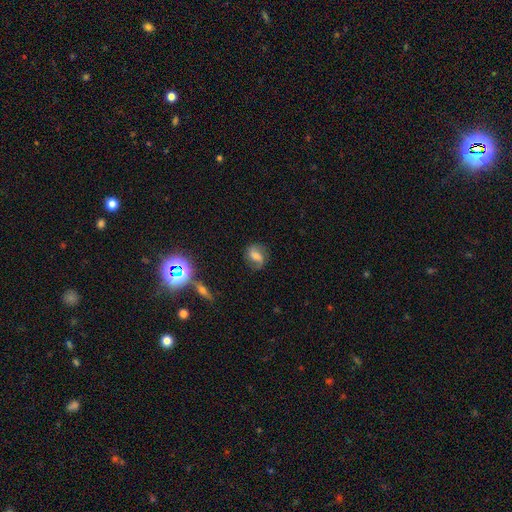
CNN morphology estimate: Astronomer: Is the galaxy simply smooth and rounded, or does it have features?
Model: featured or disk — 47% (runner-up: smooth, 39%).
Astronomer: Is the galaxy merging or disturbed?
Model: none — 73%.